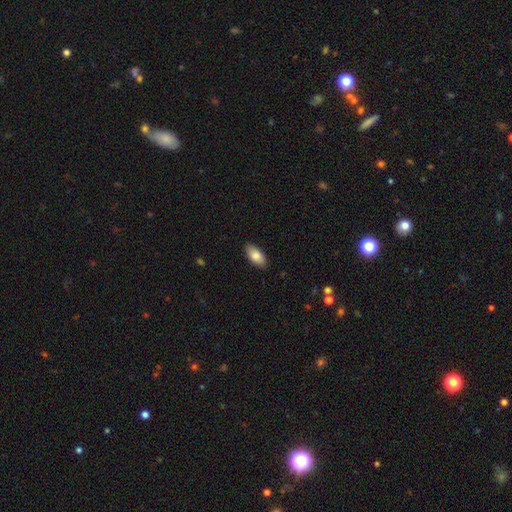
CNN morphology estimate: Q: Smooth or featured?
A: smooth (82%); runner-up: featured or disk (11%)
Q: How rounded?
A: in between (91%); runner-up: cigar-shaped (6%)
Q: Merging?
A: none (88%); runner-up: minor disturbance (9%)